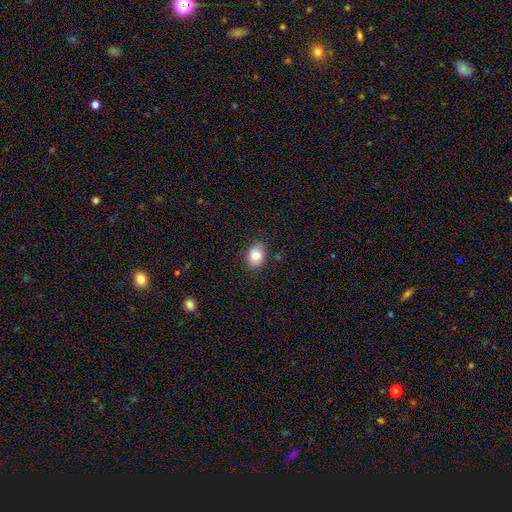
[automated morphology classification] Smooth or featured? smooth (82%)
How rounded? in between (70%)
Merging? none (83%)